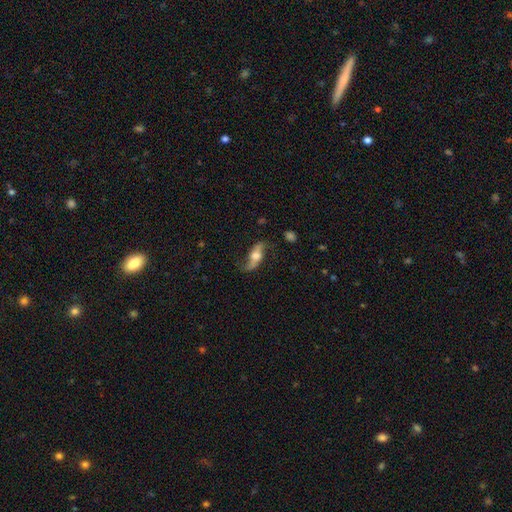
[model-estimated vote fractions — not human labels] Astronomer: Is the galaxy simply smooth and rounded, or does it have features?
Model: featured or disk — 68%.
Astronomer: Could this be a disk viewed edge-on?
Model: no — 74%.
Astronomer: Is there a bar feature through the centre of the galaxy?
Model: no — 52%.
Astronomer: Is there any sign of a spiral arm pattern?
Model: yes — 87%.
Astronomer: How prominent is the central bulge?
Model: moderate — 55%.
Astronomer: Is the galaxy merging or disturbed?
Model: none — 71%.